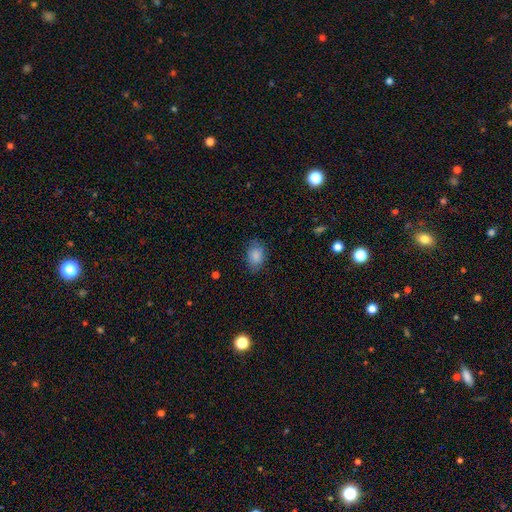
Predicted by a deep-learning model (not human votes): Overall: smooth (86%). How rounded: in between (79%). Merging: none (77%).